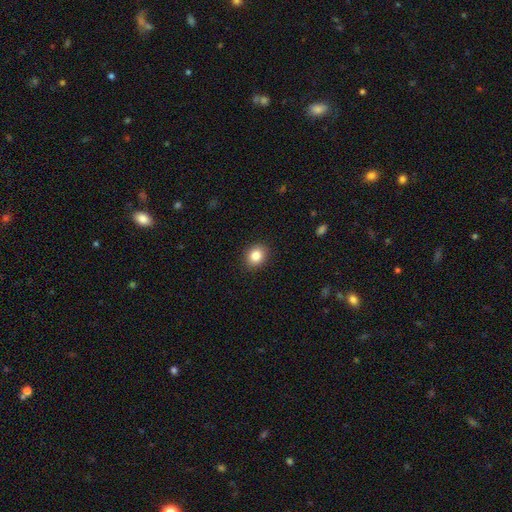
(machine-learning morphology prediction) Q: Smooth or featured?
A: smooth (84%); runner-up: star or artifact (10%)
Q: How rounded?
A: round (59%); runner-up: in between (40%)
Q: Merging?
A: none (90%); runner-up: minor disturbance (7%)